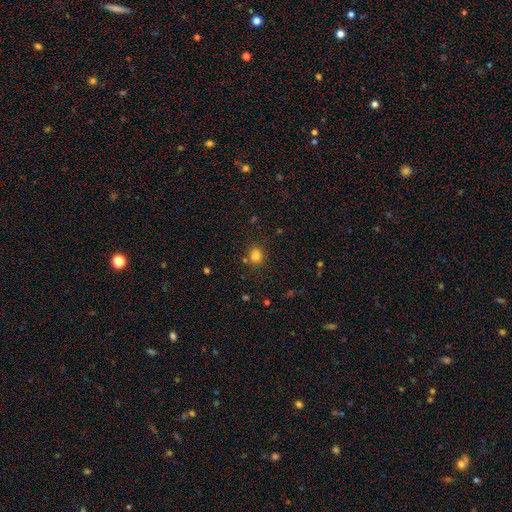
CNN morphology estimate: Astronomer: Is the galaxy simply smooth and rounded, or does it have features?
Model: smooth — 80%.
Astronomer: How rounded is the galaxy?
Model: round — 72%.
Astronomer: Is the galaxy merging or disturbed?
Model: none — 76%.